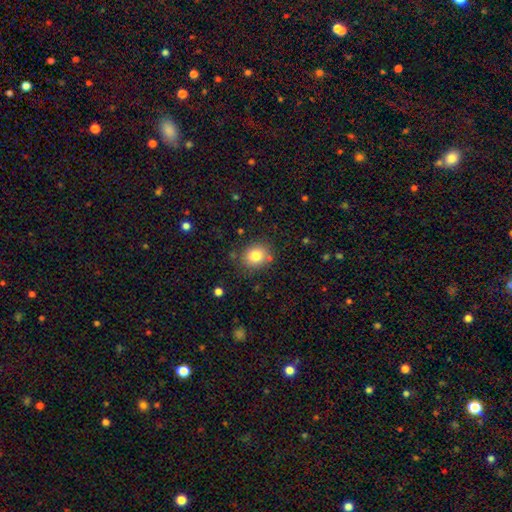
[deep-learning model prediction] Morphology: type=smooth (80%); roundness=round (68%); merging=none (81%).